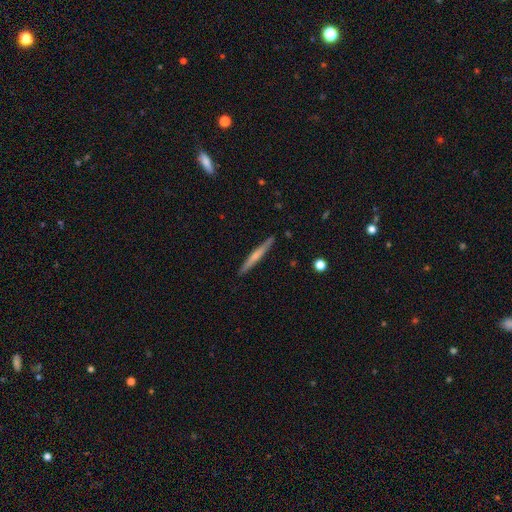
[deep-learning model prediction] The model was most divided on "smooth or featured": smooth: 50%, featured or disk: 45%, star or artifact: 5%. More confident: merging — none (89%).